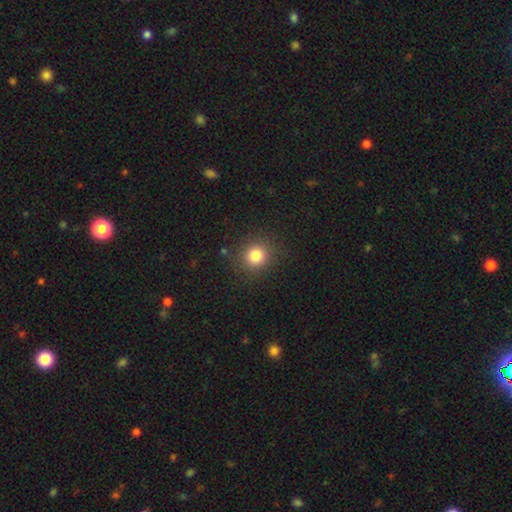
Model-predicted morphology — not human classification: Q: Smooth or featured?
A: smooth (82%); runner-up: star or artifact (13%)
Q: How rounded?
A: round (89%); runner-up: in between (10%)
Q: Merging?
A: none (88%); runner-up: minor disturbance (8%)